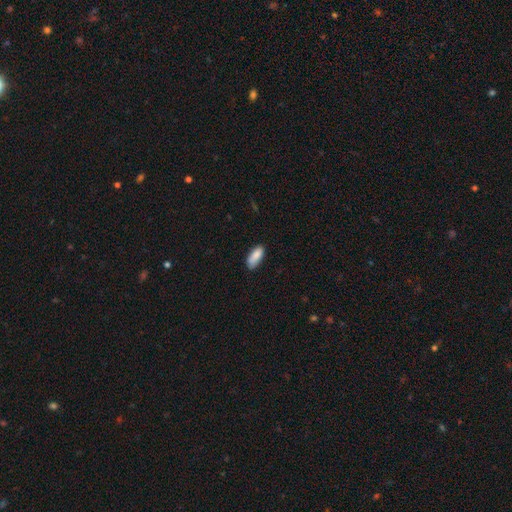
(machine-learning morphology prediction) This appears to be a smooth galaxy with no disk features (87%) that is in between round and cigar-shaped (83%). Merging: none (73%).